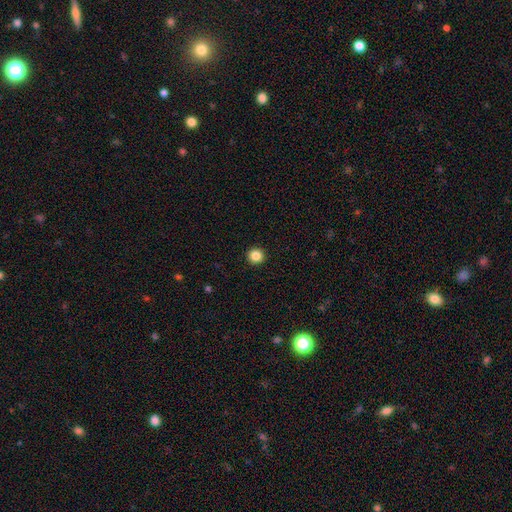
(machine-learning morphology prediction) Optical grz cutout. It shows a smooth galaxy with no disk features (85%) that is round (95%). Merging: none (93%).